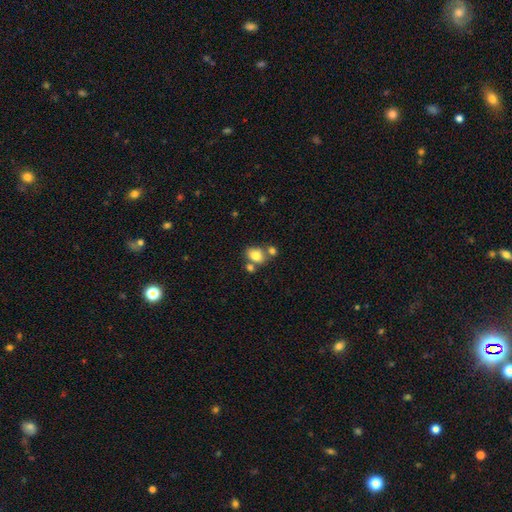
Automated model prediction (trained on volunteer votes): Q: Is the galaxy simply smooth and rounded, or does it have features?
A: smooth — 80%.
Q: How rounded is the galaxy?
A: in between — 70%.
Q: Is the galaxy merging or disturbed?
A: none — 50%.